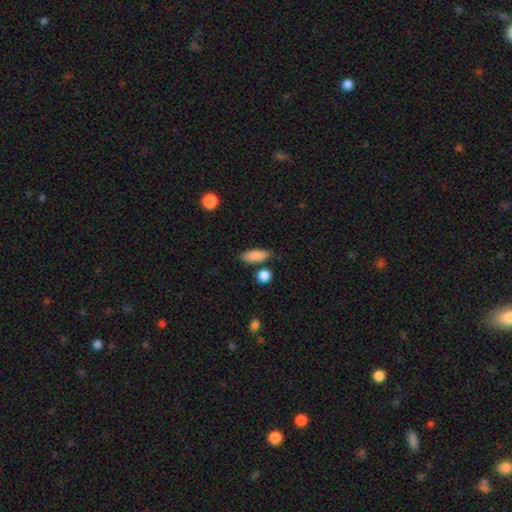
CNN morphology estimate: Smooth or featured?
  - smooth: 87% *
  - star or artifact: 7%
  - featured or disk: 7%
How rounded?
  - in between: 64% *
  - cigar-shaped: 32%
  - round: 4%
Merging?
  - none: 76% *
  - minor disturbance: 14%
  - merger: 6%
  - major disturbance: 3%